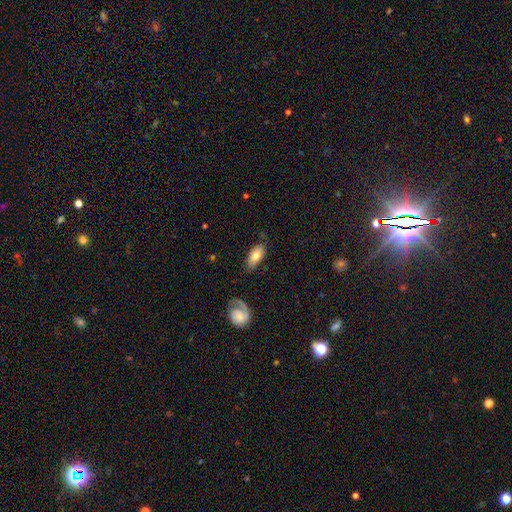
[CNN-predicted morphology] This appears to be a smooth galaxy with no disk features (68%) that is in between round and cigar-shaped (90%). Merging: none (76%).